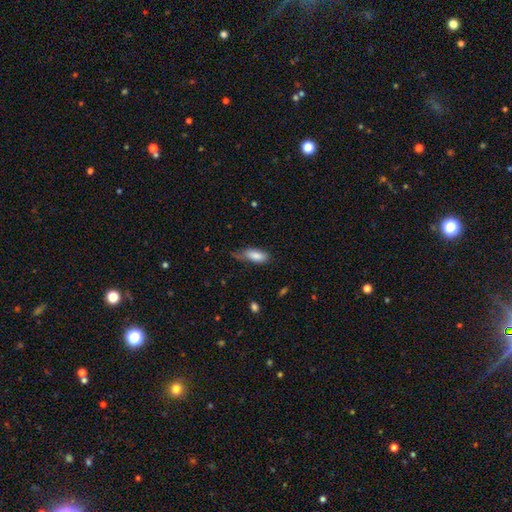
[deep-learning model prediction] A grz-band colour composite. It shows a smooth galaxy with no disk features (84%) that is in between round and cigar-shaped (81%). Merging: none (44%).